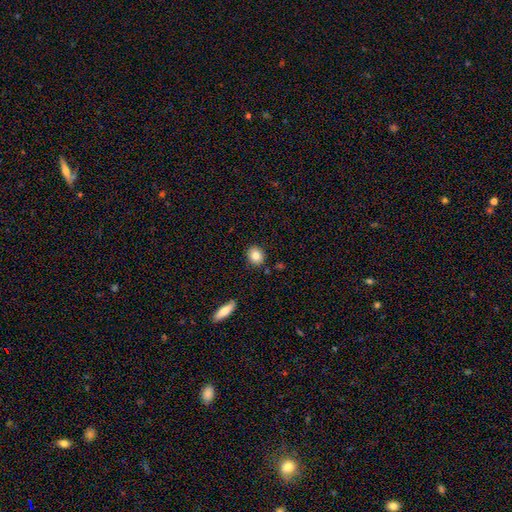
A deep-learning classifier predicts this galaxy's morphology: Smooth or featured?
  - smooth: 83% *
  - featured or disk: 9%
  - star or artifact: 9%
How rounded?
  - round: 65% *
  - in between: 33%
  - cigar-shaped: 1%
Merging?
  - none: 87% *
  - minor disturbance: 8%
  - merger: 3%
  - major disturbance: 2%